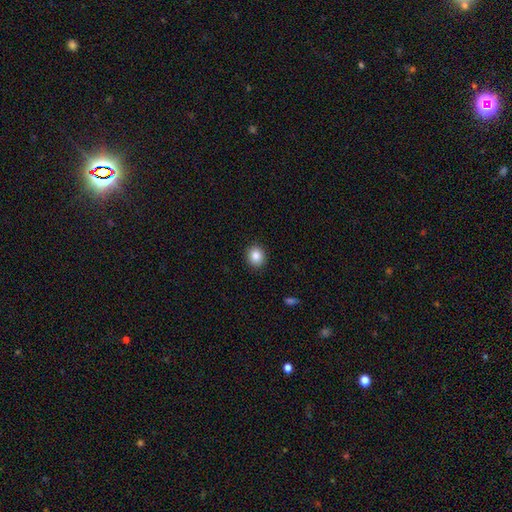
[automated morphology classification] Smooth or featured? smooth (86%)
How rounded? round (74%)
Merging? none (90%)